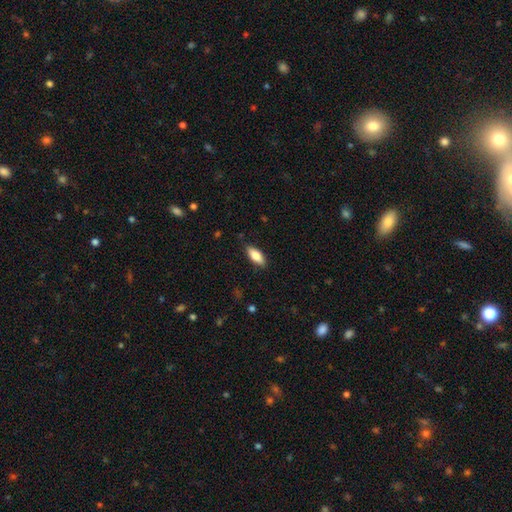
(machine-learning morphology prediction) A smooth galaxy with no disk features (79%) that is in between round and cigar-shaped (79%). Merging: none (86%).